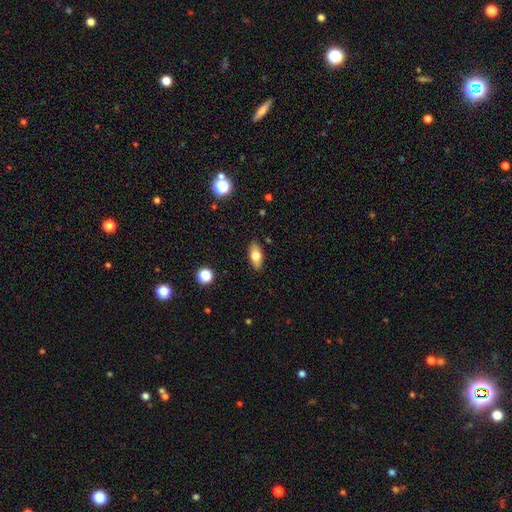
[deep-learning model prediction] Smooth or featured? smooth (73%)
How rounded? in between (86%)
Merging? none (88%)